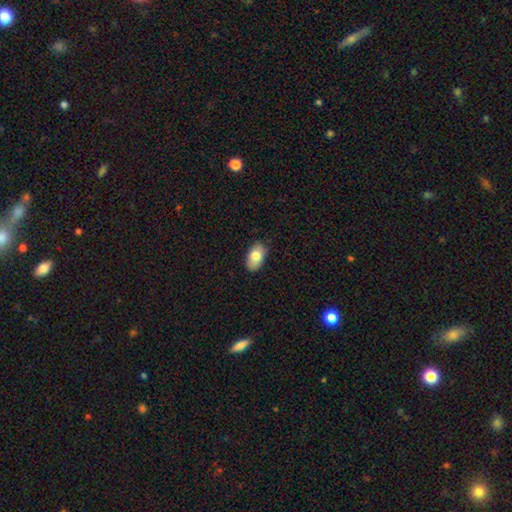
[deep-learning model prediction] Smooth or featured? Predicted: smooth (p=0.78). How rounded? Predicted: in between (p=0.92). Merging? Predicted: none (p=0.84).